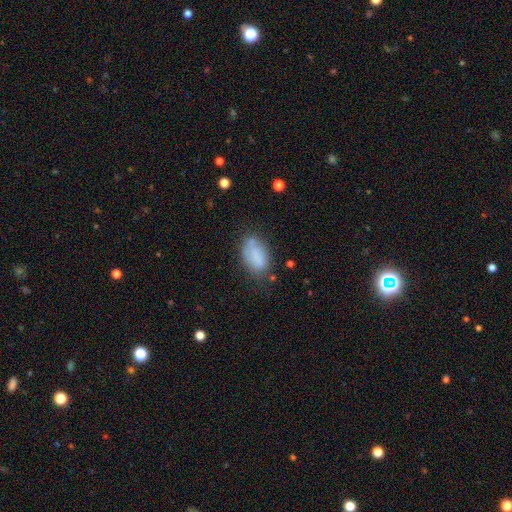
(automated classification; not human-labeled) Q: Smooth or featured?
A: smooth (76%); runner-up: featured or disk (15%)
Q: How rounded?
A: in between (92%); runner-up: round (5%)
Q: Merging?
A: none (59%); runner-up: minor disturbance (27%)